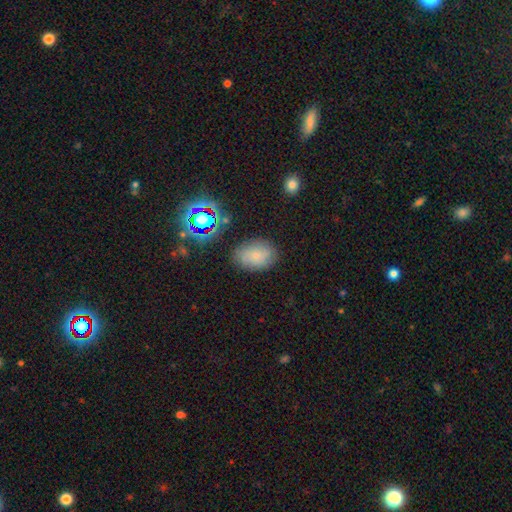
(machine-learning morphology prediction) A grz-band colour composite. It shows a smooth galaxy with no disk features (65%) that is in between round and cigar-shaped (79%). Merging: none (79%).